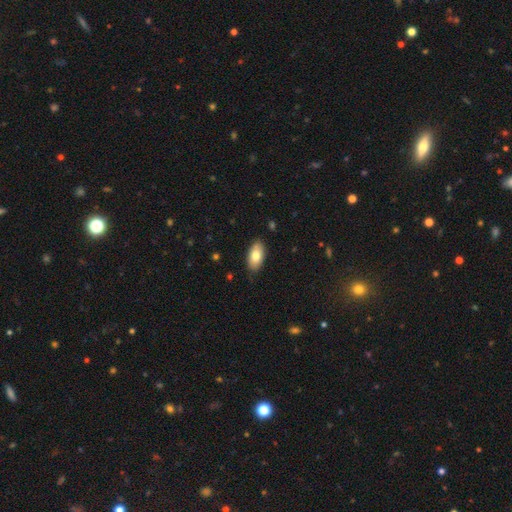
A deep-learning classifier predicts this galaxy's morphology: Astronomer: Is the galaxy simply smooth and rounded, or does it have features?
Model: smooth — 79%.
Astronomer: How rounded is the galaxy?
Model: in between — 93%.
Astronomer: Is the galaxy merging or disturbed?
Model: none — 85%.